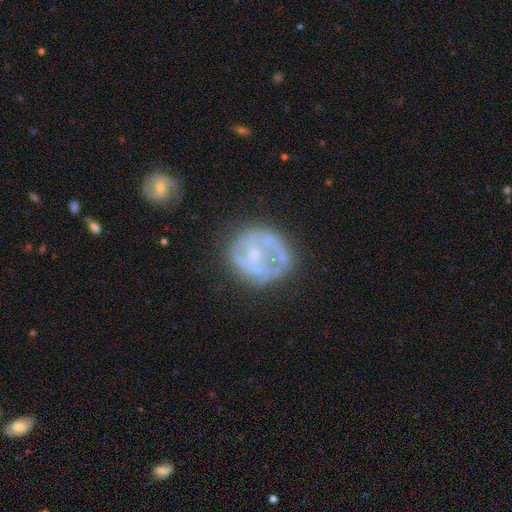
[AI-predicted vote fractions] Morphology: type=featured or disk (68%); edge-on=no (98%); bar=no (61%); spiral arms=no (51%); bulge=small (56%); merging=none (53%).